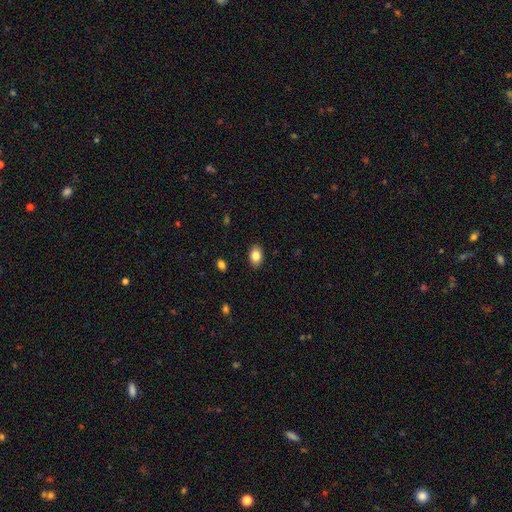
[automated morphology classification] Smooth or featured? smooth (85%)
How rounded? in between (81%)
Merging? none (88%)